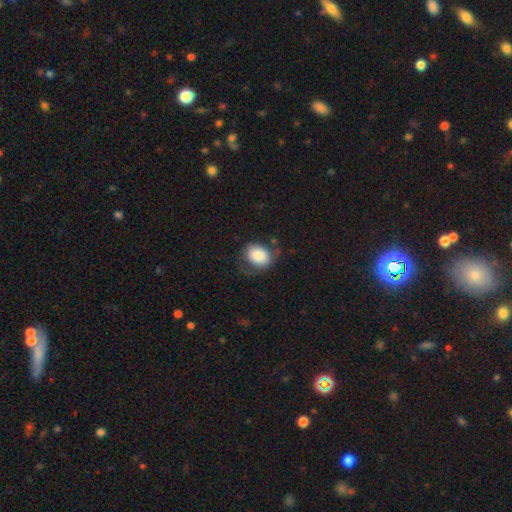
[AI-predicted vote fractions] Smooth or featured? Predicted: smooth (p=0.83). How rounded? Predicted: in between (p=0.58). Merging? Predicted: none (p=0.56).